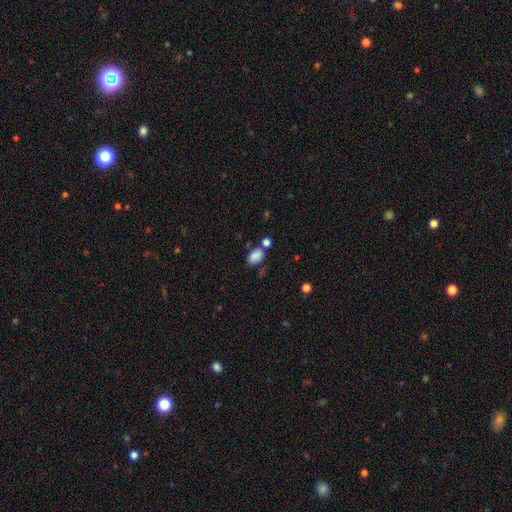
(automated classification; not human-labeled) Q: Smooth or featured?
A: smooth (85%); runner-up: star or artifact (9%)
Q: How rounded?
A: in between (85%); runner-up: round (14%)
Q: Merging?
A: none (60%); runner-up: minor disturbance (17%)